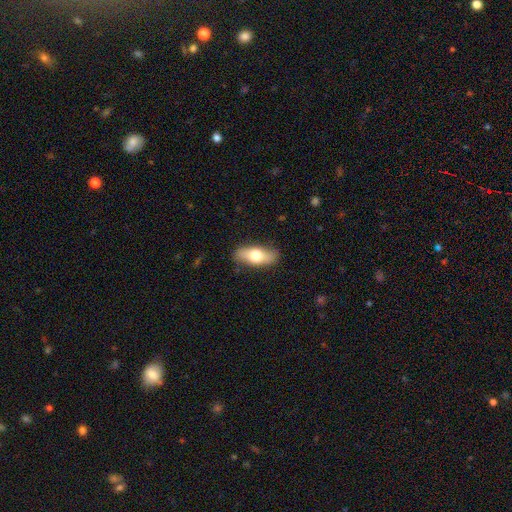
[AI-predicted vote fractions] smooth-or-featured: smooth: 65% | featured or disk: 29% | star or artifact: 6%
  how-rounded: in between: 78% | cigar-shaped: 18% | round: 4%
  merging: none: 84% | minor disturbance: 12% | major disturbance: 3% | merger: 1%